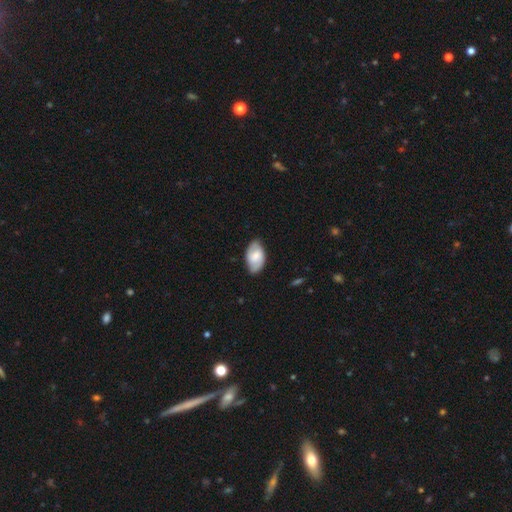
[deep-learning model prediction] This appears to be a featured or disk galaxy (47%, tied with smooth). Merging: none (80%).